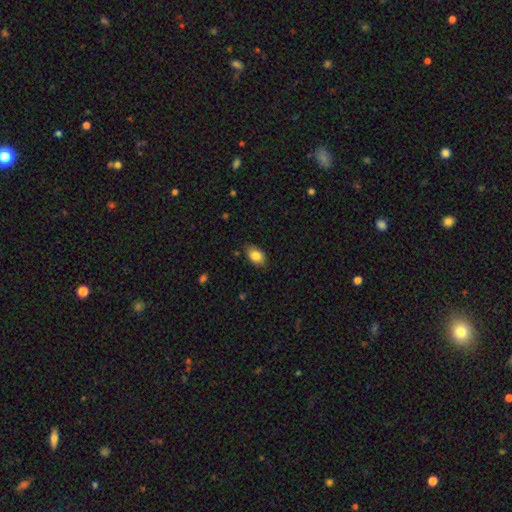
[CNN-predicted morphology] Overall: smooth (85%). How rounded: in between (85%). Merging: none (82%).